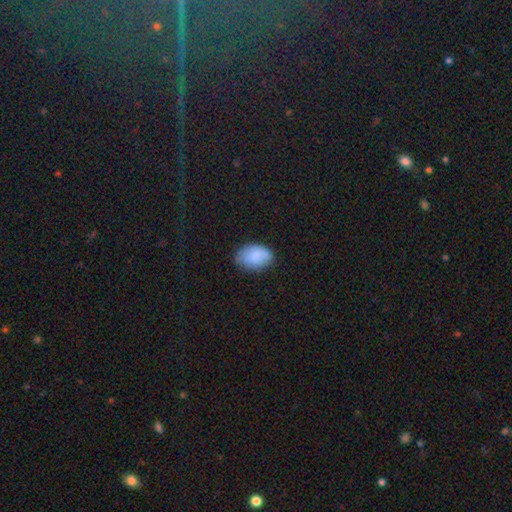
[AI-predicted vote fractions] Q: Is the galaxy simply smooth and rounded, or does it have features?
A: smooth — 80%.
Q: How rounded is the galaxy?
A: in between — 83%.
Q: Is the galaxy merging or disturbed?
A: none — 61%.